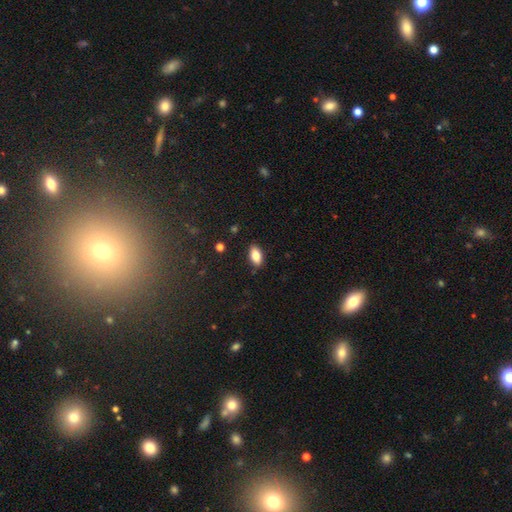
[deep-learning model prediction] smooth 81%, featured or disk 11%, star or artifact 8%. Down the decision tree: how rounded — in between (91%); merging — none (88%).